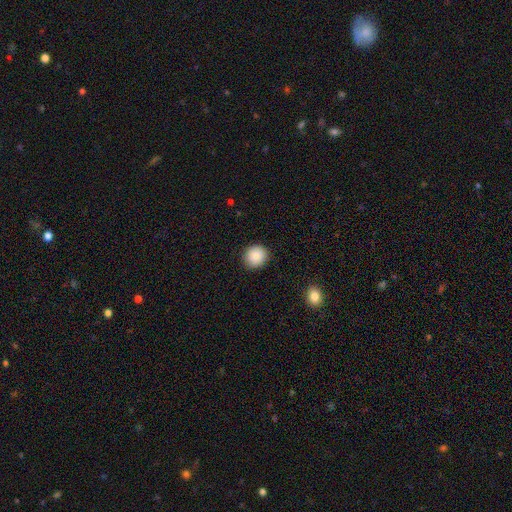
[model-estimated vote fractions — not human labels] Smooth or featured? smooth (89%)
How rounded? round (87%)
Merging? none (90%)